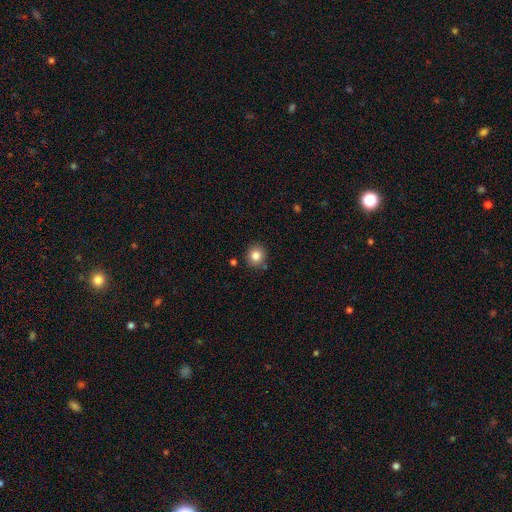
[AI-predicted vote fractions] smooth-or-featured: smooth: 83% | star or artifact: 10% | featured or disk: 7%
  how-rounded: round: 87% | in between: 12% | cigar-shaped: 1%
  merging: none: 85% | minor disturbance: 9% | merger: 4% | major disturbance: 2%